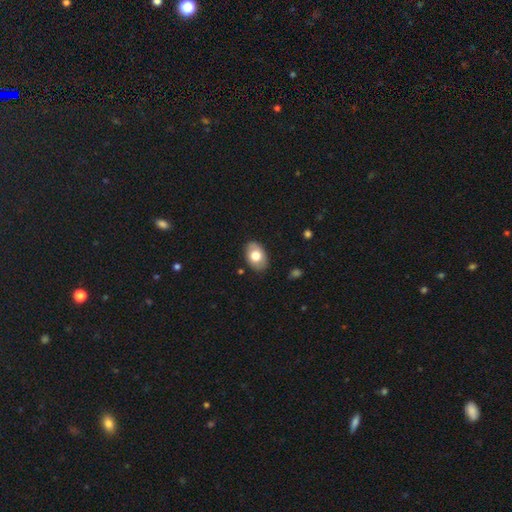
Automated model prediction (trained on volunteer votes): A smooth galaxy with no disk features (73%) that is in between round and cigar-shaped (85%).

Vote fractions:
- Smooth or featured? smooth: 73% / featured or disk: 20% / star or artifact: 7%
- How rounded? in between: 85% / round: 14% / cigar-shaped: 1%
- Merging? none: 85% / minor disturbance: 12% / major disturbance: 2% / merger: 1%